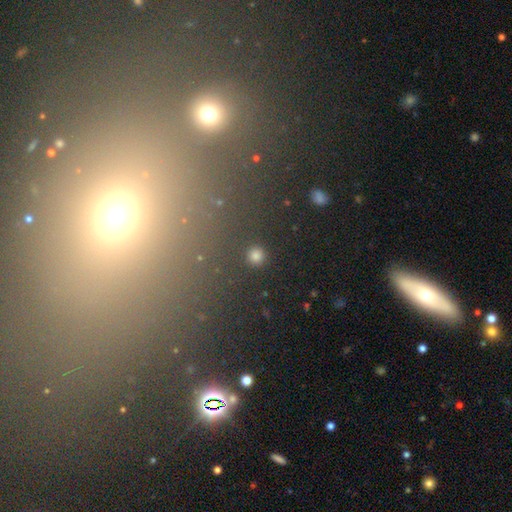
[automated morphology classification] type=smooth (82%); roundness=round (96%); merging=none (91%).